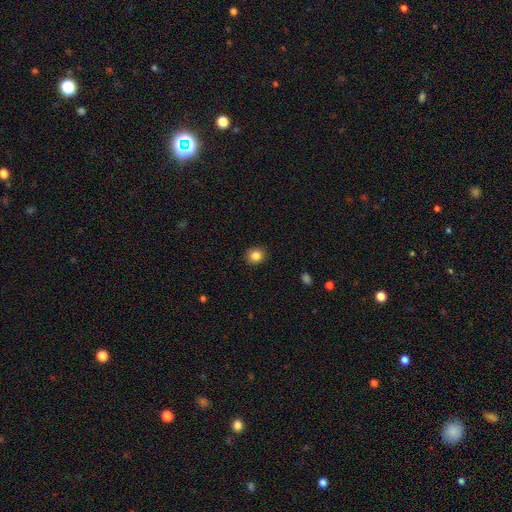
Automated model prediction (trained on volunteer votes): Smooth or featured? Predicted: smooth (p=0.85). How rounded? Predicted: round (p=0.81). Merging? Predicted: none (p=0.90).